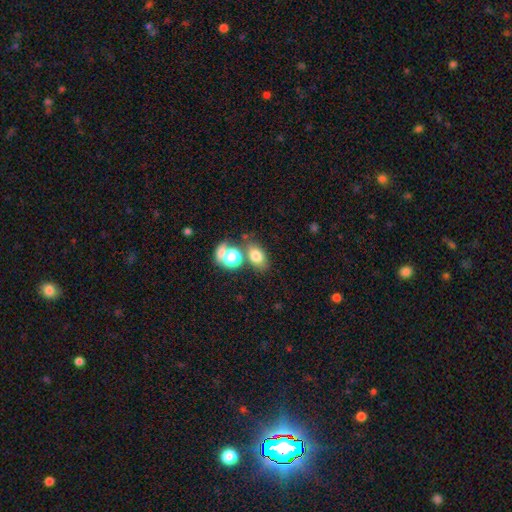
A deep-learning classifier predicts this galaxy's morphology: Smooth or featured? smooth (74%)
How rounded? in between (72%)
Merging? none (64%)